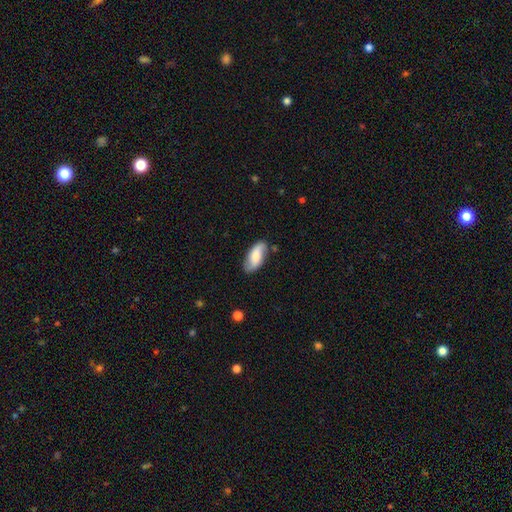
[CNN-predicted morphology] smooth_or_featured: smooth (p=0.53) [alt: featured or disk p=0.40]
how_rounded: in between (p=0.88) [alt: cigar-shaped p=0.10]
merging: none (p=0.76) [alt: minor disturbance p=0.18]